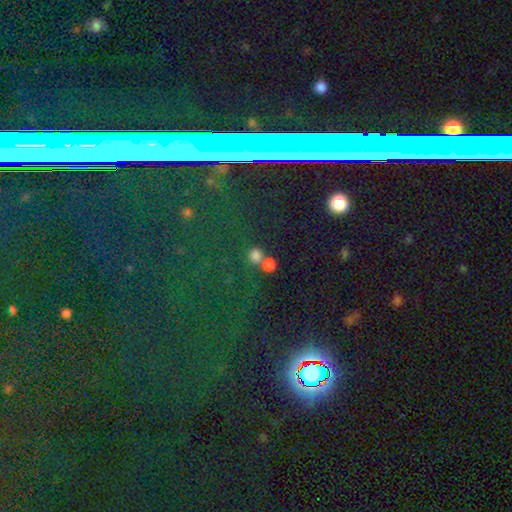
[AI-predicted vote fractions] A smooth galaxy with no disk features (76%) that is round (90%).

Vote fractions:
- Smooth or featured? smooth: 76% / star or artifact: 17% / featured or disk: 7%
- How rounded? round: 90% / in between: 9% / cigar-shaped: 1%
- Merging? none: 52% / merger: 40% / minor disturbance: 5% / major disturbance: 3%